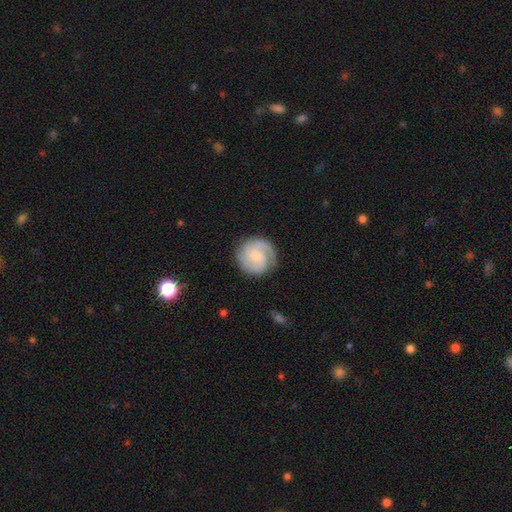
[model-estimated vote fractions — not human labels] Smooth or featured: featured or disk — 78% (smooth — 17%)
Edge-on disk: no — 98% (yes — 2%)
Bar: no — 60% (weak — 35%)
Spiral arms: yes — 97% (no — 3%)
Spiral winding: tight — 49% (medium — 41%)
Spiral arm count: 2 — 49% (3 — 25%)
Bulge size: small — 68% (moderate — 20%)
Merging: none — 83% (minor disturbance — 12%)